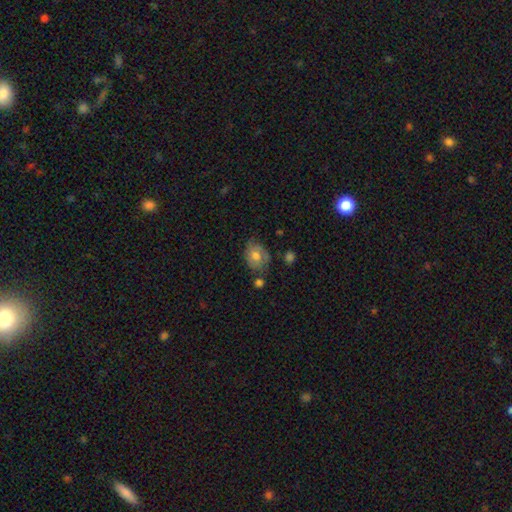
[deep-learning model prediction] A smooth galaxy with no disk features (64%) that is in between round and cigar-shaped (60%).

Vote fractions:
- Smooth or featured? smooth: 64% / featured or disk: 28% / star or artifact: 8%
- How rounded? in between: 60% / round: 38% / cigar-shaped: 1%
- Merging? none: 57% / minor disturbance: 28% / major disturbance: 9% / merger: 6%